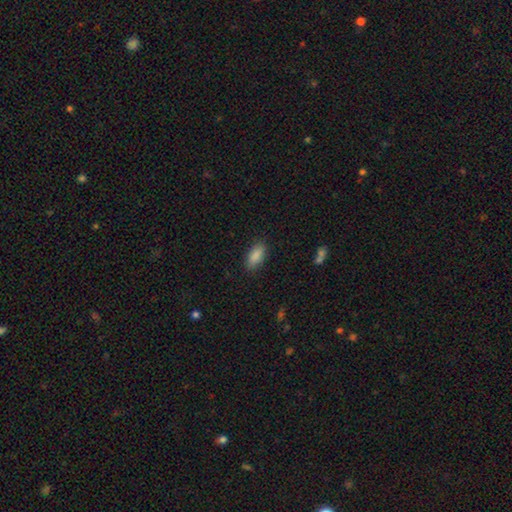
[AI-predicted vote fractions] Morphology: type=smooth (89%); roundness=in between (89%); merging=none (86%).